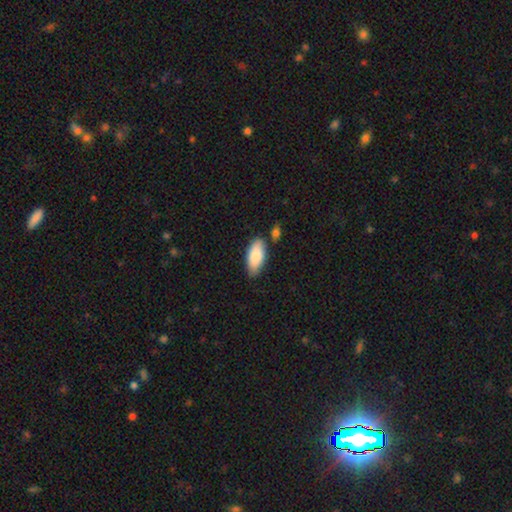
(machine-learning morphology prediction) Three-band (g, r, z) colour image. It shows a smooth galaxy with no disk features (86%) that is in between round and cigar-shaped (88%). Merging: none (74%).